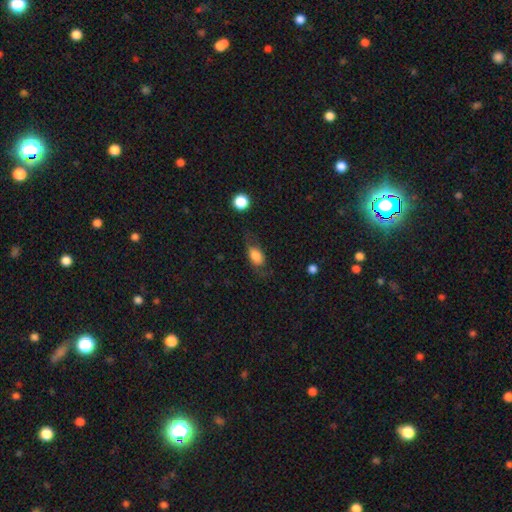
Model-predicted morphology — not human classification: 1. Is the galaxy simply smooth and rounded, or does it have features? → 73% smooth, 18% featured or disk, 9% star or artifact.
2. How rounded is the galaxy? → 83% in between, 12% round, 6% cigar-shaped.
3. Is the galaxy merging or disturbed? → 57% none, 26% minor disturbance, 16% major disturbance, 2% merger.